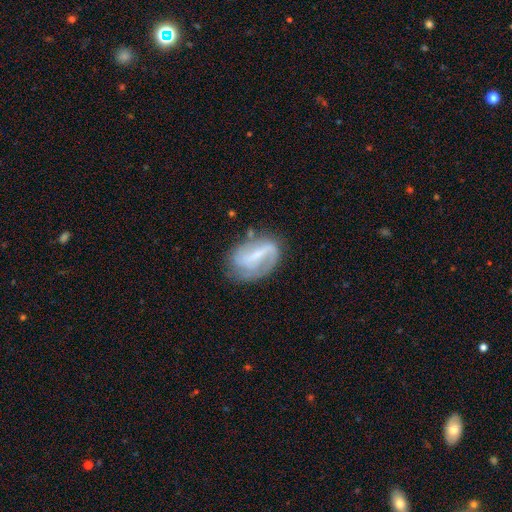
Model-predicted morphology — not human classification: The model was most divided on "spiral winding": medium: 37%, loose: 35%, tight: 28%. Remaining: edge-on disk — no (95%); spiral arms — yes (80%); smooth or featured — featured or disk (69%); merging — none (56%); spiral arm count — 2 (51%); bar — strong (51%); bulge size — small (47%).